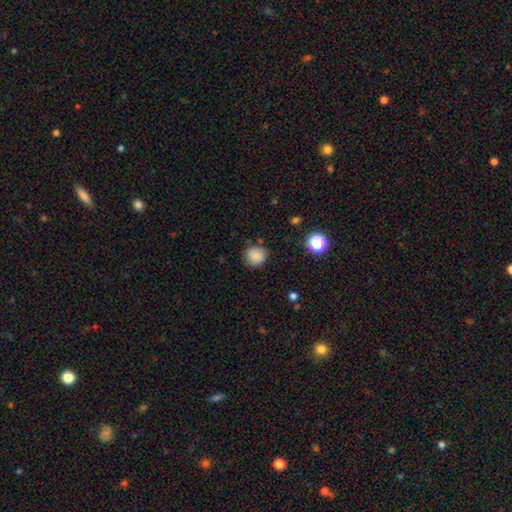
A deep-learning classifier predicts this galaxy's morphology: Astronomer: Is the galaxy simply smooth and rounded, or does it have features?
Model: smooth — 84%.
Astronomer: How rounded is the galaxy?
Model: round — 87%.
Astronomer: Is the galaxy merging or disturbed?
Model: none — 80%.